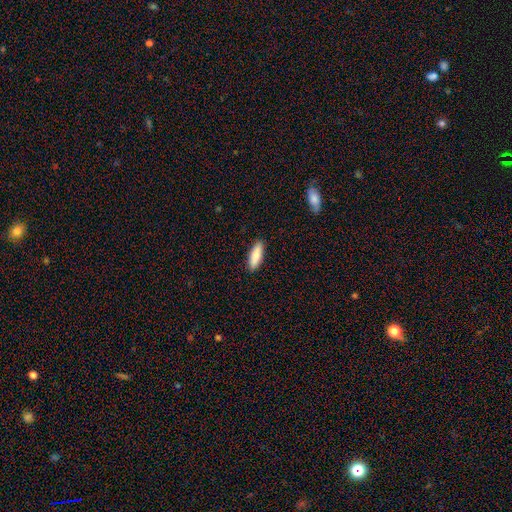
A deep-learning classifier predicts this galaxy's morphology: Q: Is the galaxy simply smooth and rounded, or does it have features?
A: smooth — 86%.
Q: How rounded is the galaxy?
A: in between — 52%.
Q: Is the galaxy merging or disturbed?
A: none — 90%.